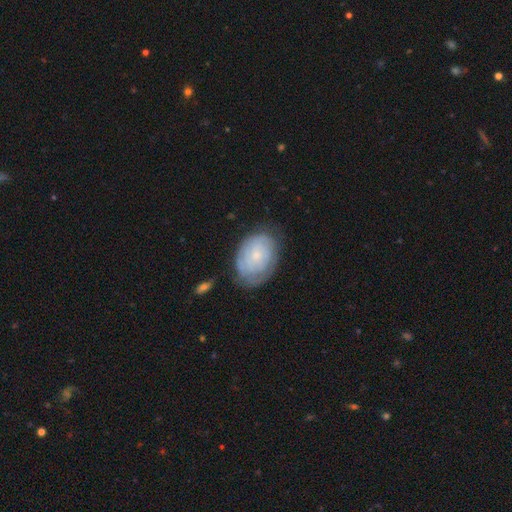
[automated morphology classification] A featured or disk galaxy (62%) with no bar (80%), spiral arms (78%) and a small central bulge (77%). Merging: none (67%).